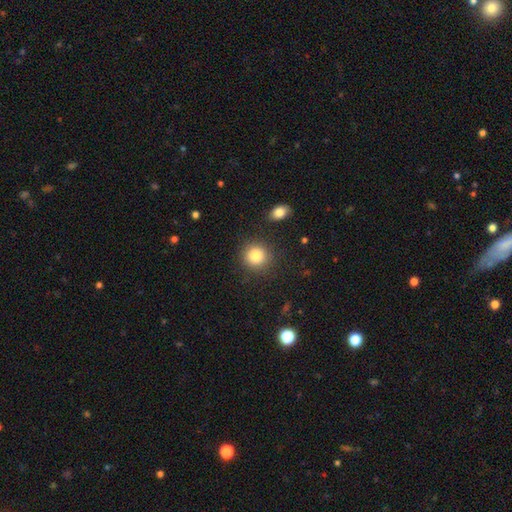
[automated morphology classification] Smooth or featured? Predicted: smooth (p=0.84). How rounded? Predicted: round (p=0.90). Merging? Predicted: none (p=0.87).